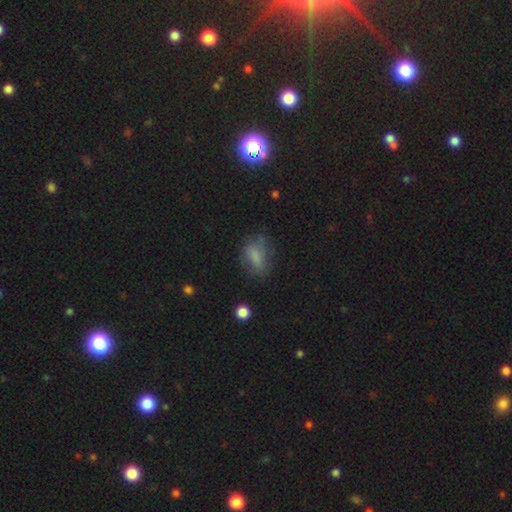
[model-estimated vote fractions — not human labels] A smooth galaxy with no disk features (67%) that is in between round and cigar-shaped (78%). Merging: none (57%).